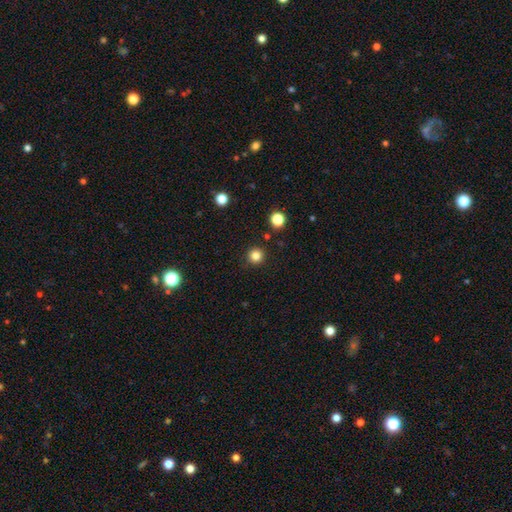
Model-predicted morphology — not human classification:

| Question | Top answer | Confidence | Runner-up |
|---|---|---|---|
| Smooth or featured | smooth | 82% | star or artifact (13%) |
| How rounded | round | 96% | in between (4%) |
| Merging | none | 91% | minor disturbance (5%) |